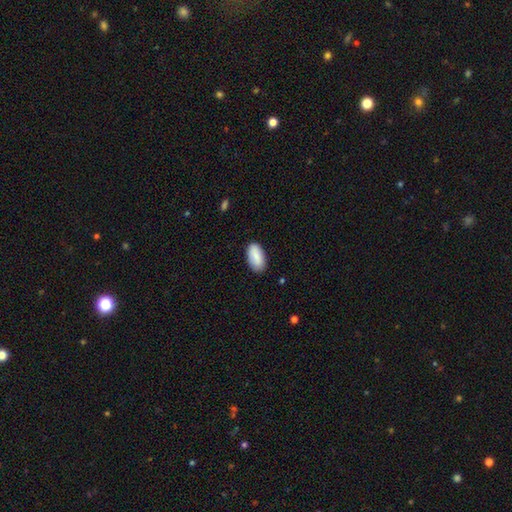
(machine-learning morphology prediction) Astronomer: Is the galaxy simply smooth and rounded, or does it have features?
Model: smooth — 86%.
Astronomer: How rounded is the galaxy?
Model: in between — 94%.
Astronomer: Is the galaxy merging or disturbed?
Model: none — 84%.